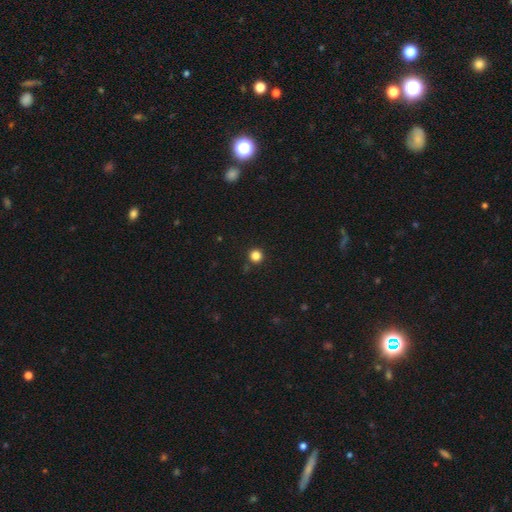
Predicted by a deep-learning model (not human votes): Morphology: type=smooth (83%); roundness=round (95%); merging=none (90%).